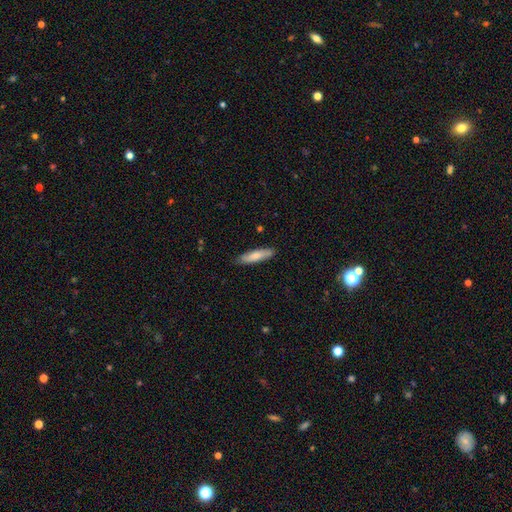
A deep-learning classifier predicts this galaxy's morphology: Smooth or featured? Predicted: smooth (p=0.76). How rounded? Predicted: cigar-shaped (p=0.72). Merging? Predicted: none (p=0.85).